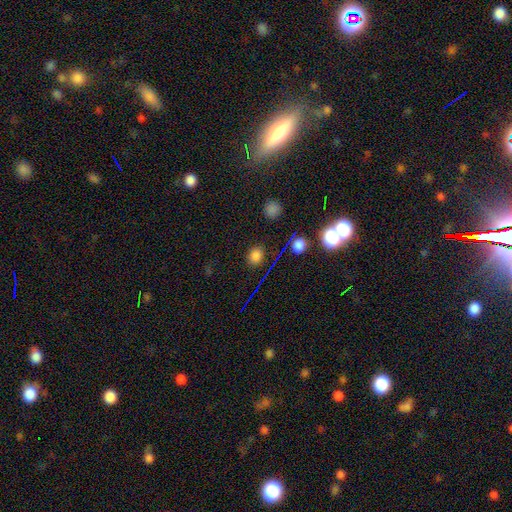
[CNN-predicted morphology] smooth_or_featured: smooth (p=0.73) [alt: star or artifact p=0.22]
how_rounded: round (p=0.65) [alt: in between p=0.34]
merging: none (p=0.86) [alt: minor disturbance p=0.09]